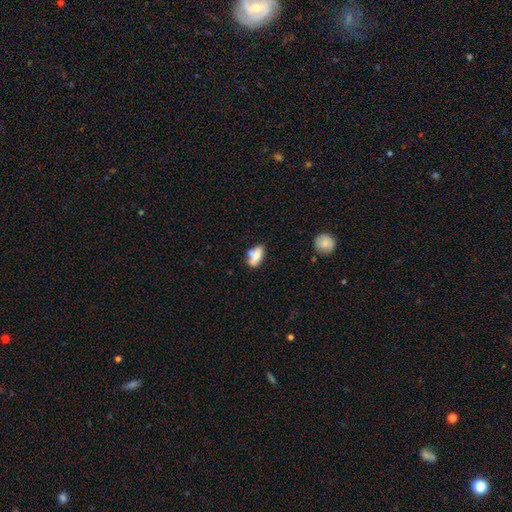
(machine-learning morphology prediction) Smooth or featured? smooth (70%)
How rounded? in between (83%)
Merging? none (46%)